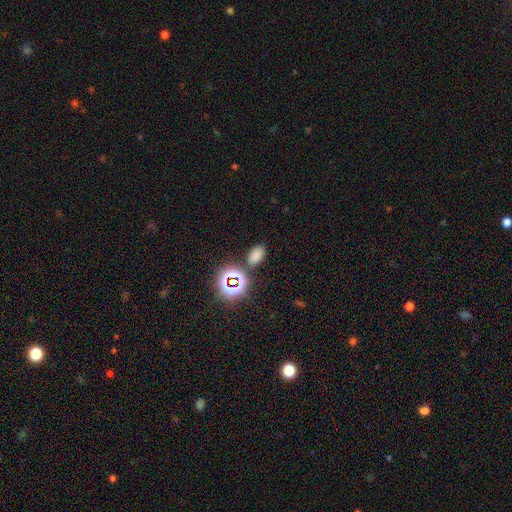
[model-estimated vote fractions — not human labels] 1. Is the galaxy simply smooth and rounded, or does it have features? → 71% smooth, 24% star or artifact, 5% featured or disk.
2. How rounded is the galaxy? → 85% in between, 13% round, 2% cigar-shaped.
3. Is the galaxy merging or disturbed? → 81% none, 10% minor disturbance, 5% merger, 4% major disturbance.